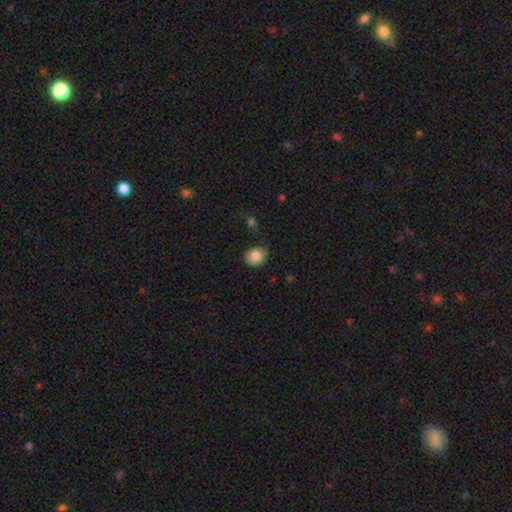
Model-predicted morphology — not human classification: Overall: smooth (82%). How rounded: in between (55%; round 44%). Merging: none (81%).